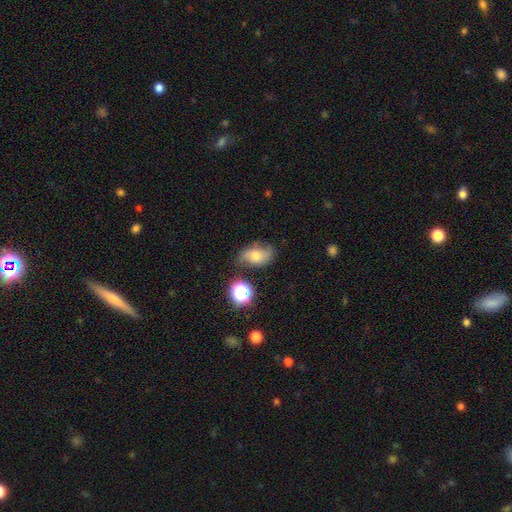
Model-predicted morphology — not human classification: Smooth or featured?
  - smooth: 44% *
  - featured or disk: 39%
  - star or artifact: 16%
Merging?
  - none: 62% *
  - minor disturbance: 25%
  - major disturbance: 9%
  - merger: 4%